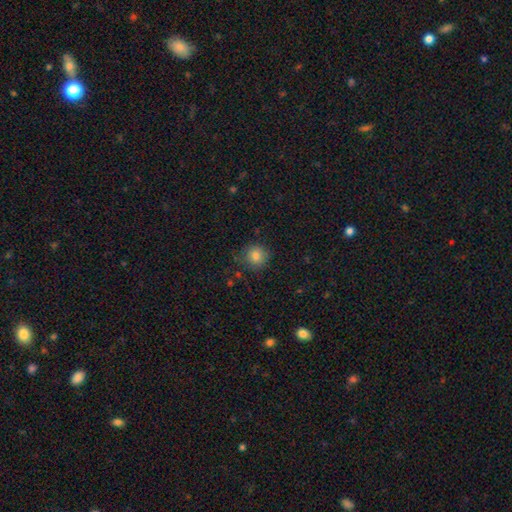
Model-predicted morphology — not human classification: Overall: smooth (83%). How rounded: round (89%). Merging: none (82%).